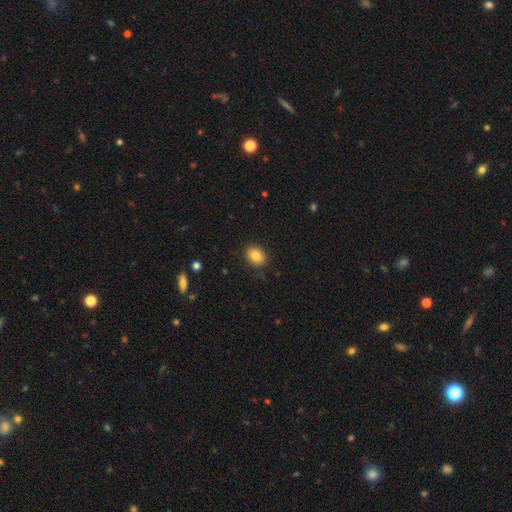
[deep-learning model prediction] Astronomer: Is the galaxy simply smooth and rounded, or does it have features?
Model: smooth — 85%.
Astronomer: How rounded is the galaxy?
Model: in between — 58% (runner-up: round, 42%).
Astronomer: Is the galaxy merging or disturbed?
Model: none — 87%.